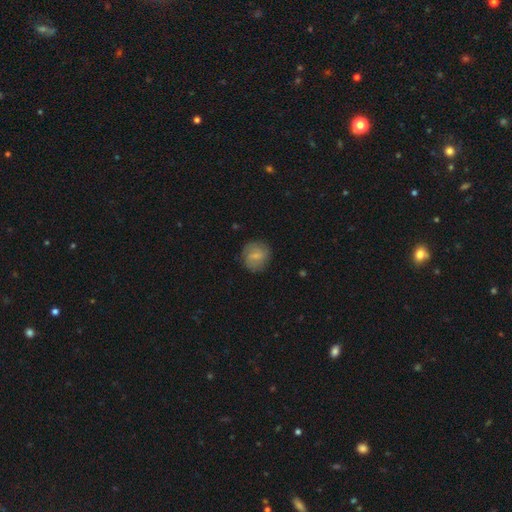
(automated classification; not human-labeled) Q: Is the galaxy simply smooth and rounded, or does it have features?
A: smooth — 63%.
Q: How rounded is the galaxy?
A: round — 85%.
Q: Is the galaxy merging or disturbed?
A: none — 79%.